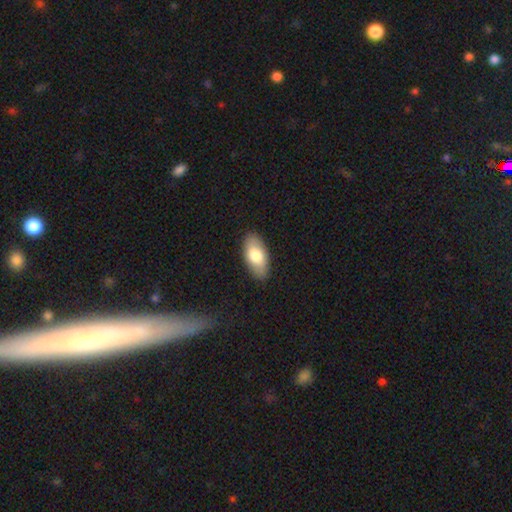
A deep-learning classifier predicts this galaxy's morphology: smooth-or-featured: smooth: 76% | featured or disk: 19% | star or artifact: 5%
  how-rounded: in between: 94% | cigar-shaped: 3% | round: 3%
  merging: none: 88% | minor disturbance: 9% | major disturbance: 2% | merger: 1%